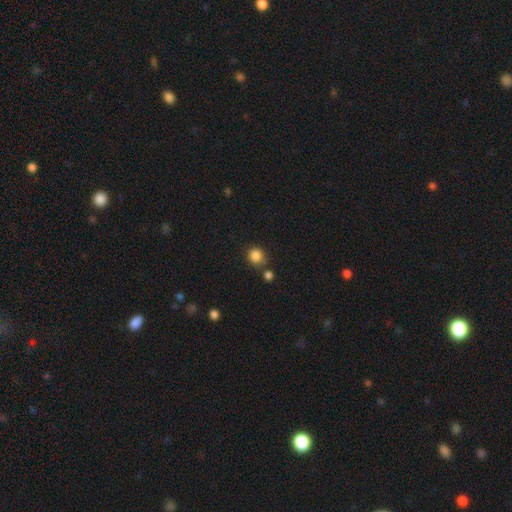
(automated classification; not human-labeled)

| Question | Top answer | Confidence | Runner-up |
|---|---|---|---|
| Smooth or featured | smooth | 85% | star or artifact (11%) |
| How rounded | round | 88% | in between (11%) |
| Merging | none | 69% | merger (15%) |